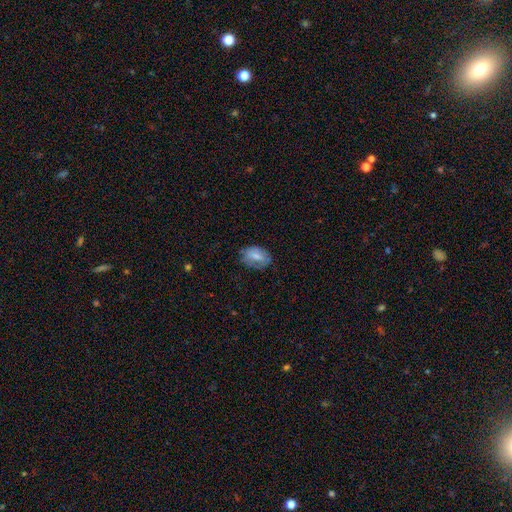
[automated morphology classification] The model was most divided on "merging": none: 66%, minor disturbance: 24%, major disturbance: 8%, merger: 1%. More confident: how rounded — in between (80%); smooth or featured — smooth (69%).